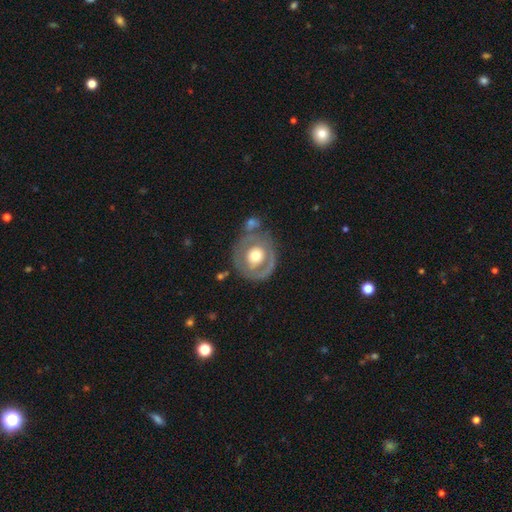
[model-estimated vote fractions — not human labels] Smooth or featured? Predicted: featured or disk (p=0.53). Edge-on disk? Predicted: no (p=0.95). Bar? Predicted: no (p=0.84). Spiral arms? Predicted: no (p=0.77). Bulge size? Predicted: moderate (p=0.62). Merging? Predicted: none (p=0.64).